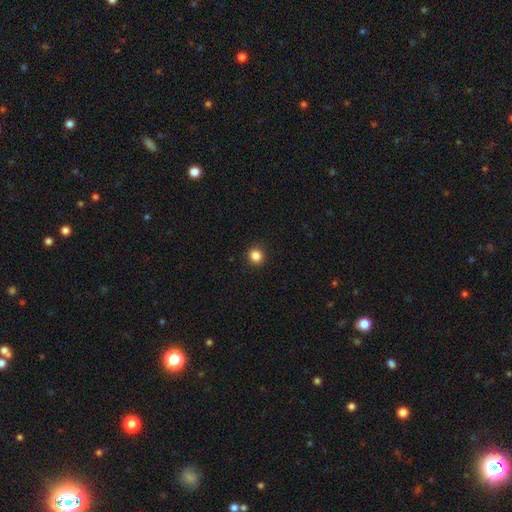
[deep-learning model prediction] smooth_or_featured: smooth (p=0.86) [alt: star or artifact p=0.11]
how_rounded: round (p=0.90) [alt: in between p=0.09]
merging: none (p=0.92) [alt: minor disturbance p=0.05]